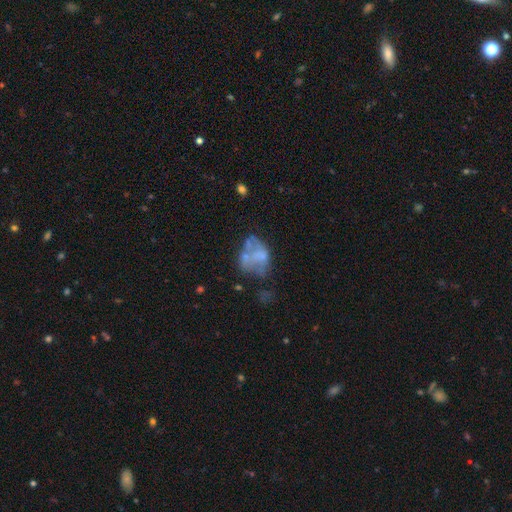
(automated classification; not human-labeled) This is possibly a featured or disk galaxy (49%). Merging: marginally none (30%).